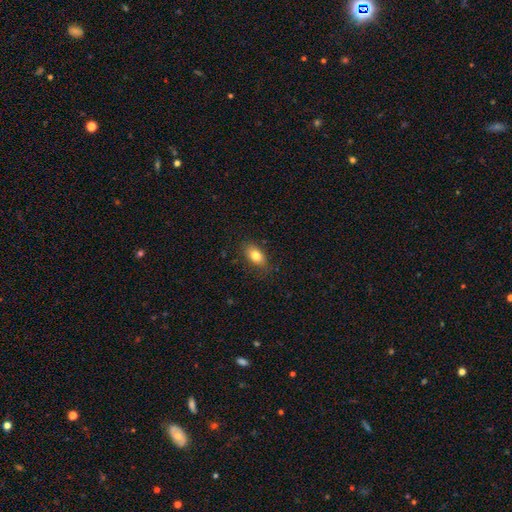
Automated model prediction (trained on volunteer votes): Q: Smooth or featured?
A: smooth (81%); runner-up: featured or disk (11%)
Q: How rounded?
A: in between (87%); runner-up: round (10%)
Q: Merging?
A: none (81%); runner-up: minor disturbance (14%)